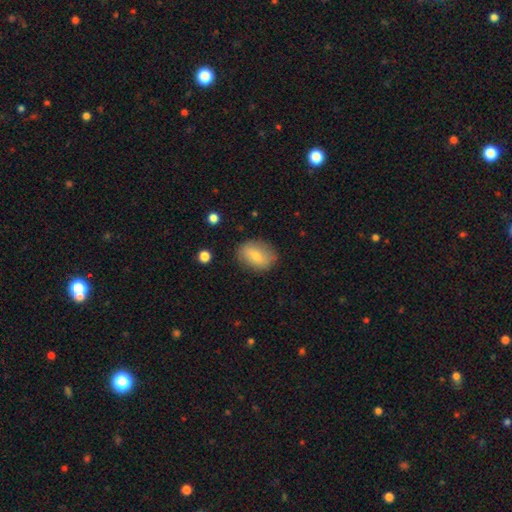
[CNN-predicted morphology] Smooth or featured? smooth (68%)
How rounded? in between (78%)
Merging? none (82%)